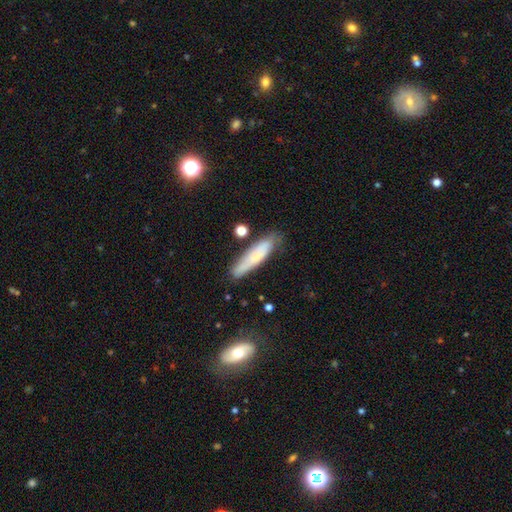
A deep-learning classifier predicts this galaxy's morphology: The model was most divided on "smooth or featured": smooth: 61%, featured or disk: 32%, star or artifact: 7%. More confident: how rounded — cigar-shaped (77%); merging — none (71%).